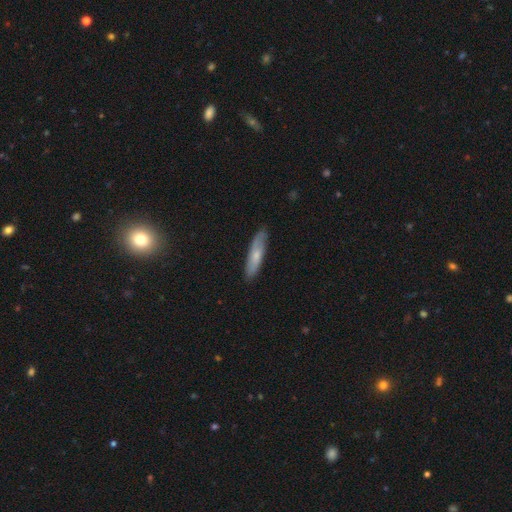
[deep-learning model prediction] This is possibly a smooth galaxy (59%). How rounded: likely cigar-shaped (74%). Merging: clearly none (81%).